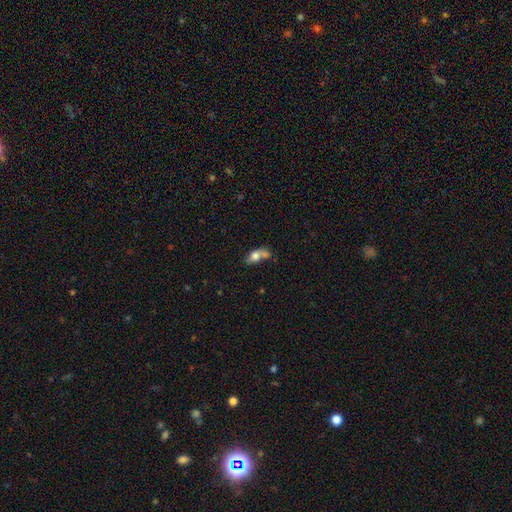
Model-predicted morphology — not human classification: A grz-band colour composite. It shows a smooth galaxy with no disk features (70%) that is in between round and cigar-shaped (76%). Merging: merger (44%).